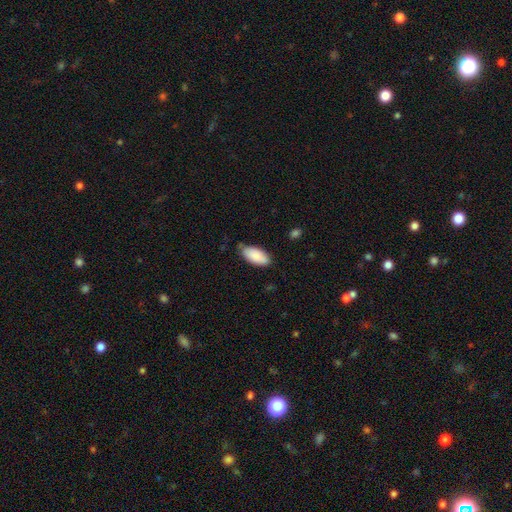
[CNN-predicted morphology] Smooth or featured: smooth — 87% (featured or disk — 7%)
How rounded: in between — 93% (cigar-shaped — 5%)
Merging: none — 68% (minor disturbance — 26%)